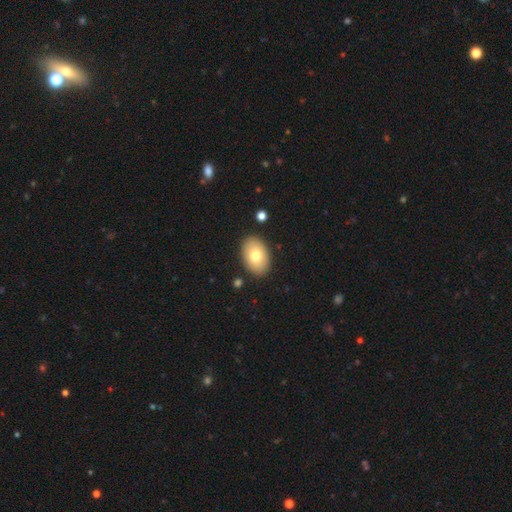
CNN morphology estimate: A smooth galaxy with no disk features (76%) that is in between round and cigar-shaped (88%).

Vote fractions:
- Smooth or featured? smooth: 76% / featured or disk: 17% / star or artifact: 7%
- How rounded? in between: 88% / round: 11% / cigar-shaped: 1%
- Merging? none: 88% / minor disturbance: 8% / major disturbance: 2% / merger: 2%